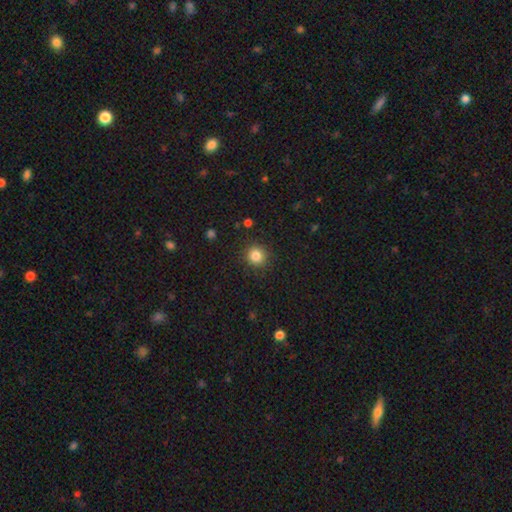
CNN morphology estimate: Smooth or featured?
  - smooth: 84% *
  - star or artifact: 11%
  - featured or disk: 5%
How rounded?
  - round: 93% *
  - in between: 6%
  - cigar-shaped: 1%
Merging?
  - none: 90% *
  - minor disturbance: 6%
  - major disturbance: 2%
  - merger: 1%